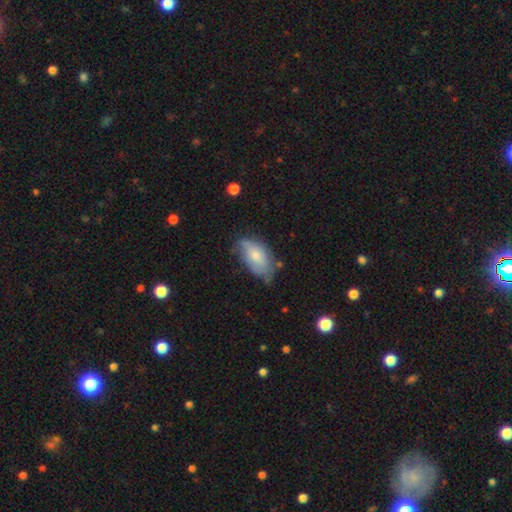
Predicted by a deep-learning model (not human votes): Smooth or featured: smooth — 64% (featured or disk — 29%)
How rounded: in between — 93% (cigar-shaped — 4%)
Merging: none — 50% (minor disturbance — 36%)